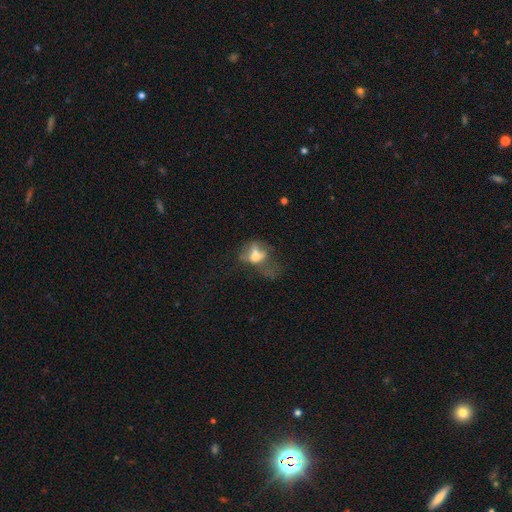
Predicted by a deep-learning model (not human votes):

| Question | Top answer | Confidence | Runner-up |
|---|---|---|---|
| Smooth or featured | smooth | 47% | featured or disk (38%) |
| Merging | major disturbance | 45% | none (22%) |